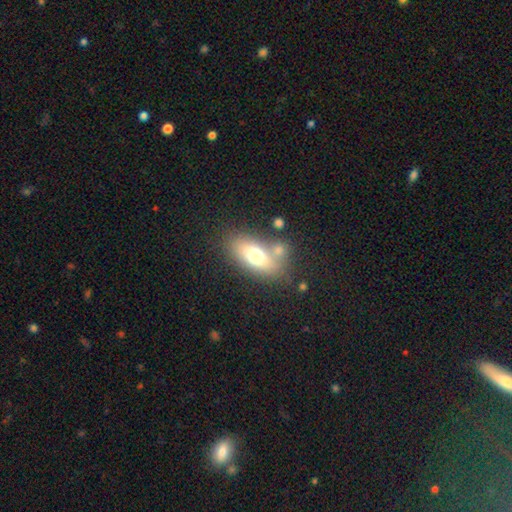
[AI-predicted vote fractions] Smooth or featured: smooth — 67% (featured or disk — 23%)
How rounded: in between — 82% (cigar-shaped — 10%)
Merging: none — 66% (minor disturbance — 14%)